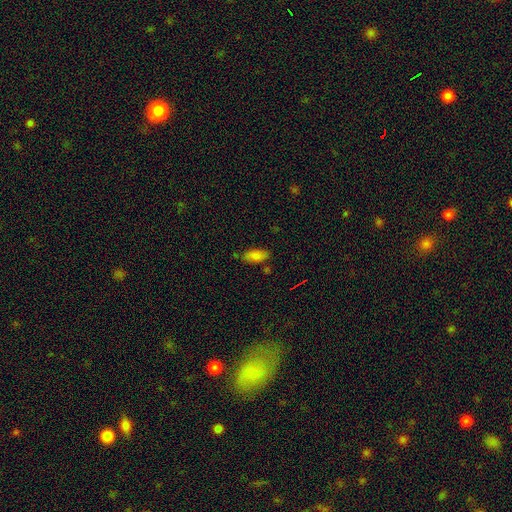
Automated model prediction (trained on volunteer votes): smooth_or_featured: smooth (p=0.82) [alt: star or artifact p=0.10]
how_rounded: in between (p=0.86) [alt: cigar-shaped p=0.12]
merging: none (p=0.75) [alt: minor disturbance p=0.17]